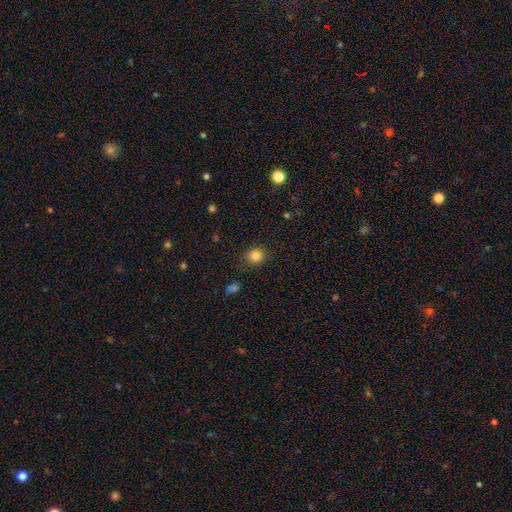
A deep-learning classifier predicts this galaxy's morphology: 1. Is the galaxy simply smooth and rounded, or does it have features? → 84% smooth, 12% star or artifact, 5% featured or disk.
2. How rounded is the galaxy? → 79% round, 20% in between, 1% cigar-shaped.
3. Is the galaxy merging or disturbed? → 84% none, 11% minor disturbance, 3% major disturbance, 2% merger.